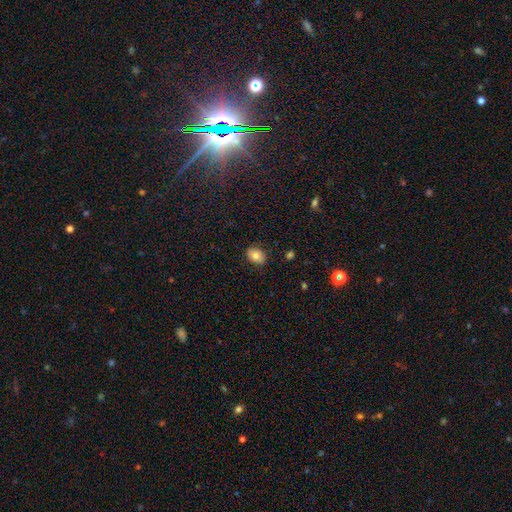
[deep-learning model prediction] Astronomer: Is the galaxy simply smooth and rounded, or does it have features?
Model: smooth — 78%.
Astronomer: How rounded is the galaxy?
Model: in between — 72%.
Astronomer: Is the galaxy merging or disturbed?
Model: none — 86%.